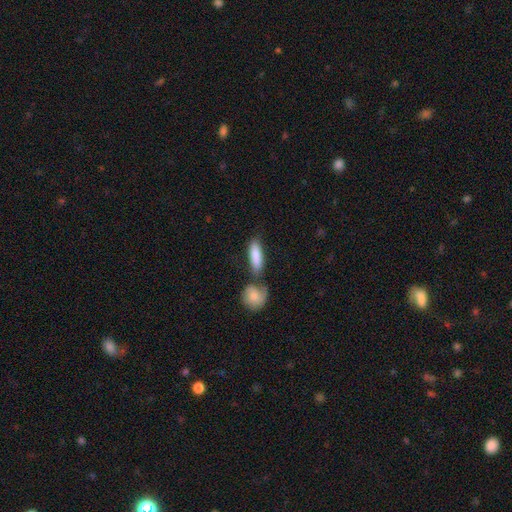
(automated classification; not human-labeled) smooth_or_featured: smooth (p=0.83) [alt: featured or disk p=0.11]
how_rounded: in between (p=0.56) [alt: cigar-shaped p=0.40]
merging: none (p=0.54) [alt: merger p=0.28]